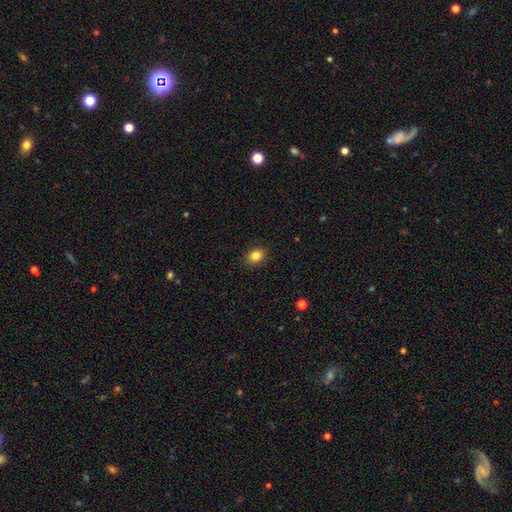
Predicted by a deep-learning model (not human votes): smooth 84%, star or artifact 10%, featured or disk 5%. Down the decision tree: how rounded — round (51%); merging — none (89%).